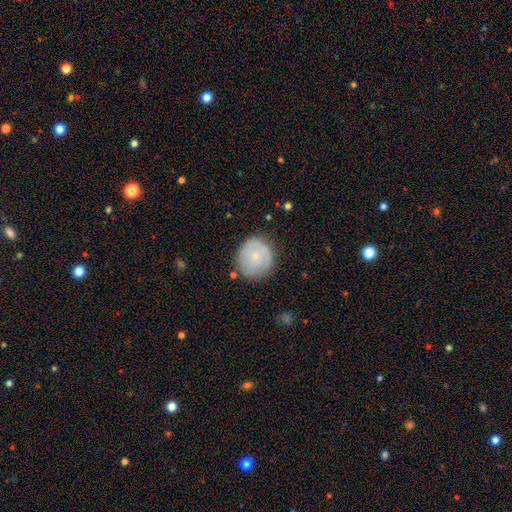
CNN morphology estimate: type=smooth (60%); roundness=round (88%); merging=none (75%).